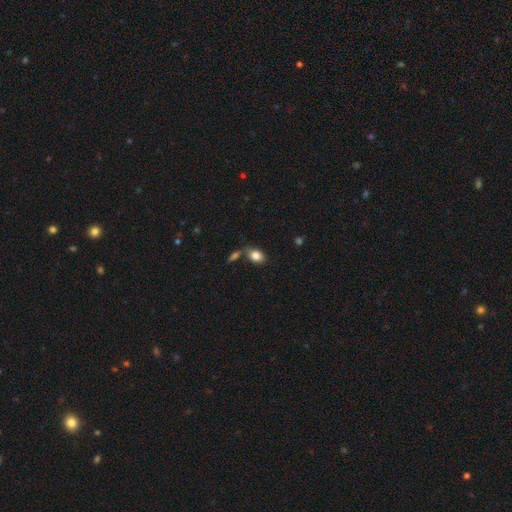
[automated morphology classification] A smooth galaxy with no disk features (82%) that is in between round and cigar-shaped (78%). Merging: none (64%).